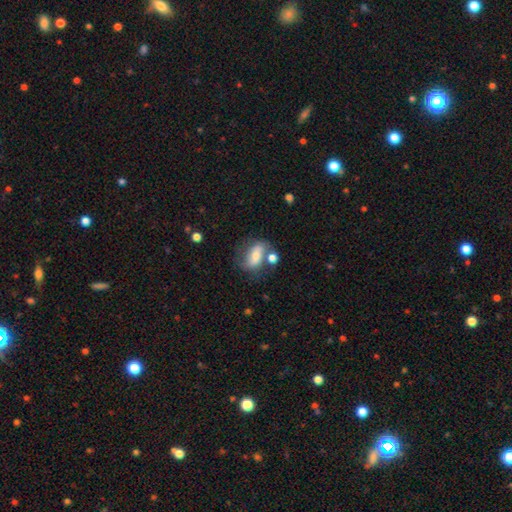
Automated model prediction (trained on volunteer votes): This is possibly a smooth galaxy (55%). How rounded: likely in between (80%). Merging: possibly none (48%).